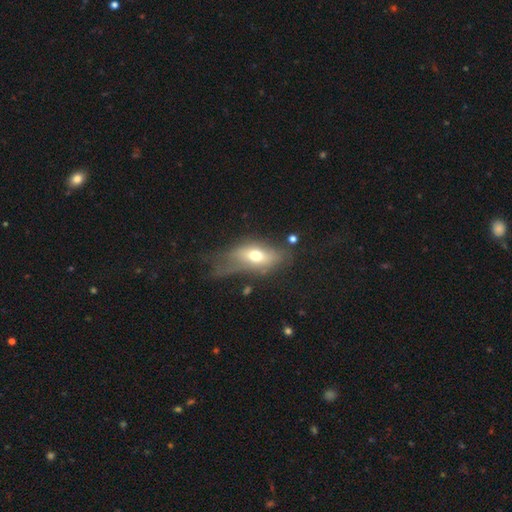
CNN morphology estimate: This appears to be a smooth galaxy with no disk features (58%) that is in between round and cigar-shaped (82%). Merging: major disturbance (36%).